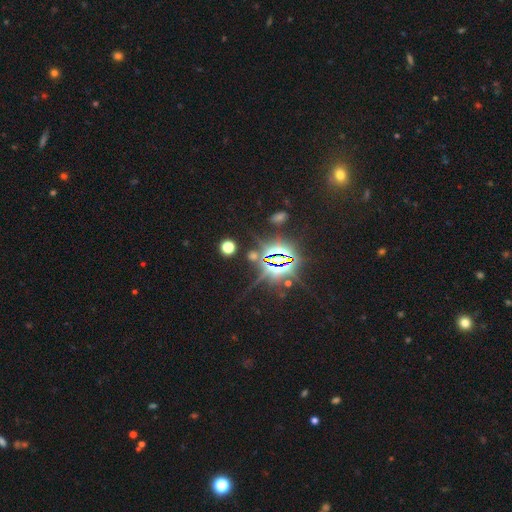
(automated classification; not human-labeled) This is clearly a star or artifact rather than a galaxy (84%).